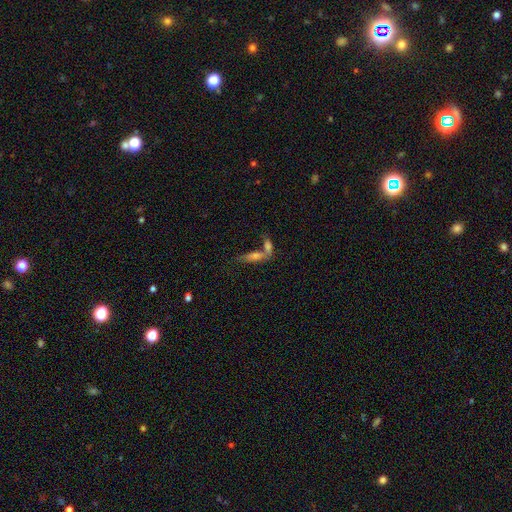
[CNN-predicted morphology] This is possibly a smooth galaxy (53%). How rounded: possibly cigar-shaped (53%). Merging: possibly merger (55%).